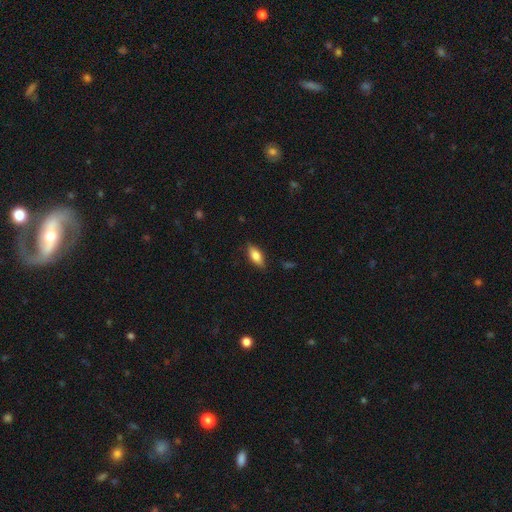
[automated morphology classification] This is likely a smooth galaxy (79%). How rounded: clearly in between (83%). Merging: clearly none (84%).